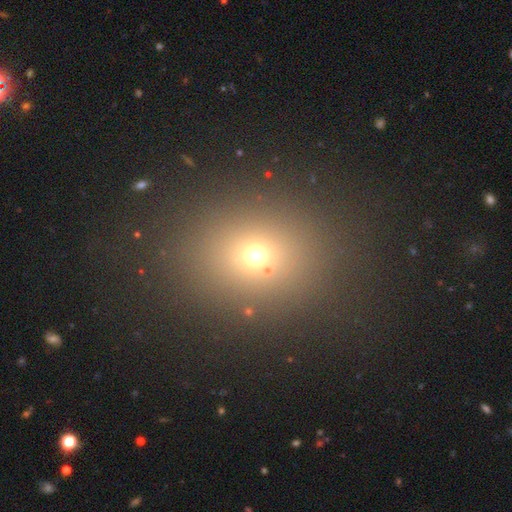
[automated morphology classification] This is likely a smooth galaxy (64%). How rounded: likely round (63%). Merging: clearly none (82%).